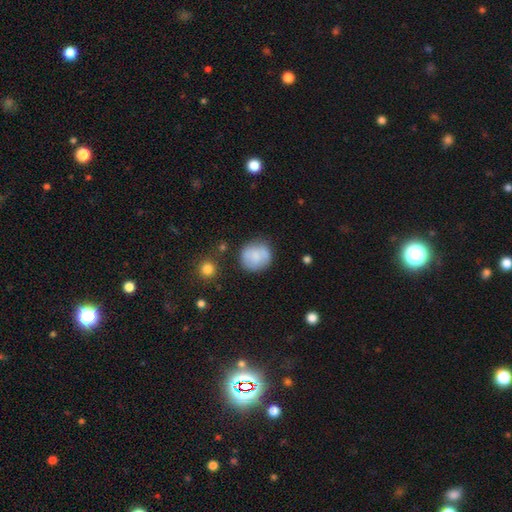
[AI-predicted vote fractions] smooth 72%, featured or disk 21%, star or artifact 8%. Down the decision tree: how rounded — round (86%); merging — none (69%).